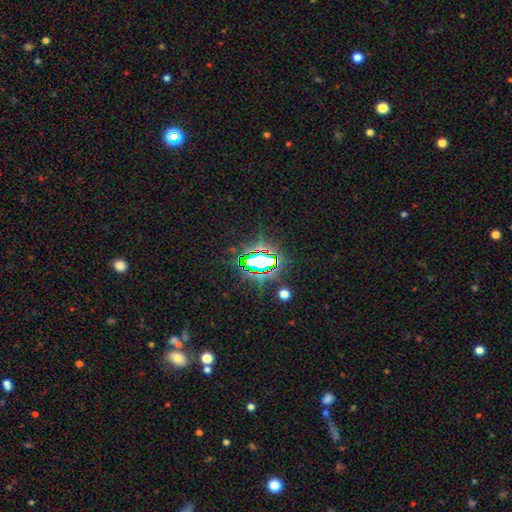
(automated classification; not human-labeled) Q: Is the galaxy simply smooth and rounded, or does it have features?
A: star or artifact — 73%.